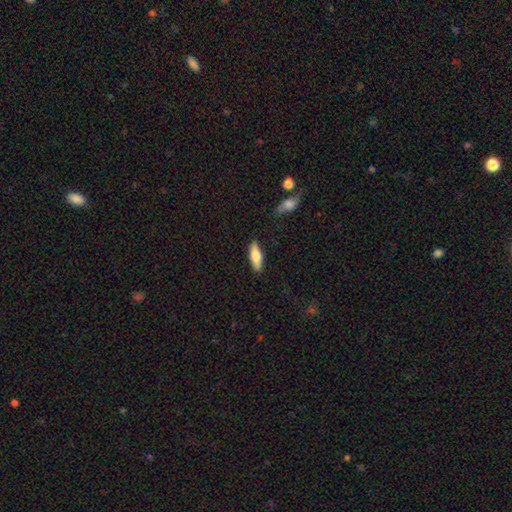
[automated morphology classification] Smooth or featured? smooth (68%)
How rounded? in between (59%)
Merging? none (87%)